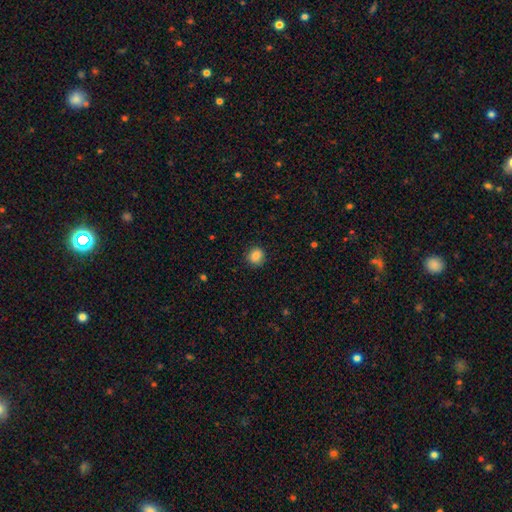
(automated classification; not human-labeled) A smooth galaxy with no disk features (86%) that is round (87%). Merging: none (89%).